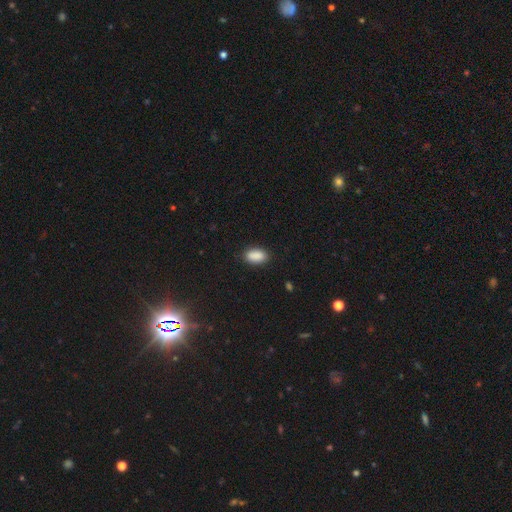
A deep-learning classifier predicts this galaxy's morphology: smooth_or_featured: smooth (p=0.89) [alt: star or artifact p=0.07]
how_rounded: in between (p=0.92) [alt: round p=0.05]
merging: none (p=0.86) [alt: minor disturbance p=0.10]